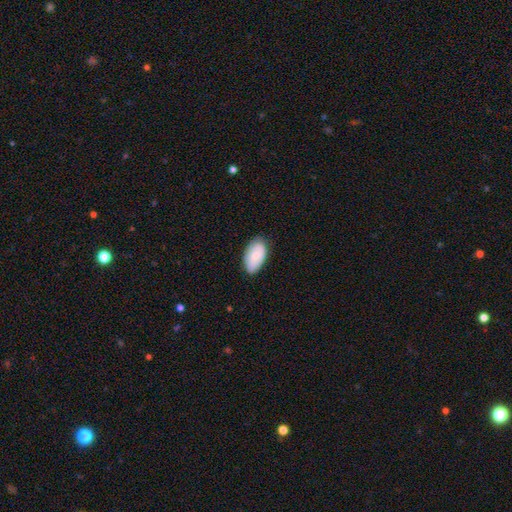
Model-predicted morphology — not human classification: This appears to be a smooth galaxy with no disk features (74%) that is in between round and cigar-shaped (94%). Merging: none (78%).